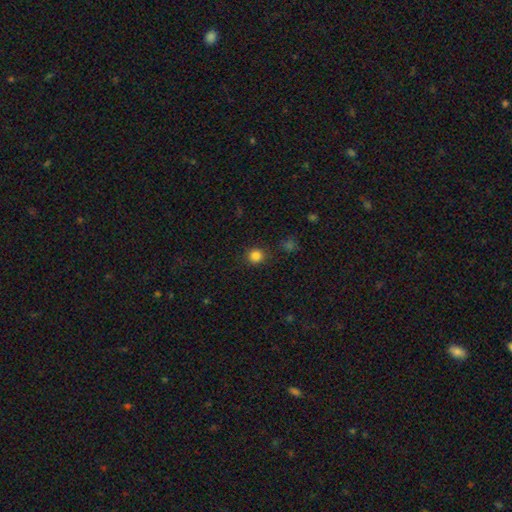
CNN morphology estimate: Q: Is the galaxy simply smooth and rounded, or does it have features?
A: smooth — 83%.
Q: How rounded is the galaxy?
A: round — 92%.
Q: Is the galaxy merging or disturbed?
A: none — 89%.